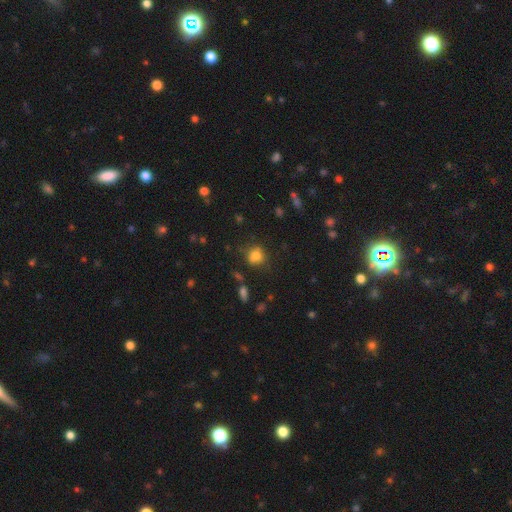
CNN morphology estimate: Smooth or featured? smooth (79%)
How rounded? round (82%)
Merging? none (74%)